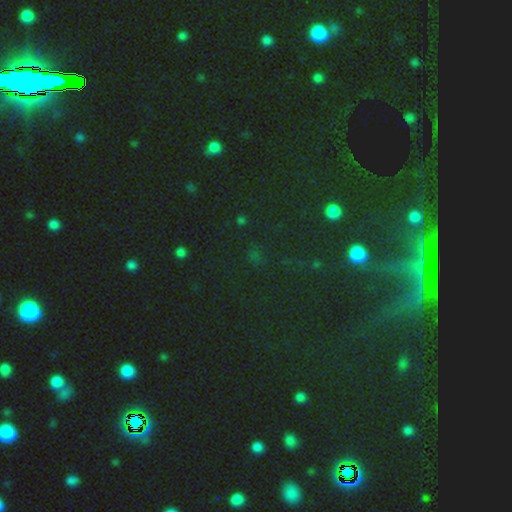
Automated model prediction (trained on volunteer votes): This appears to be a star or artifact, not a galaxy (68%).